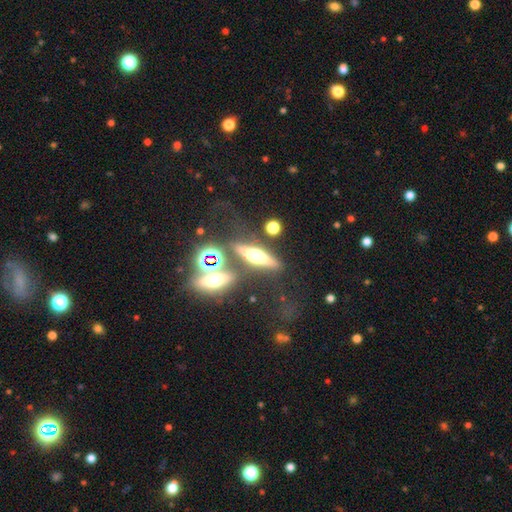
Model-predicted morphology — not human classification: smooth_or_featured: featured or disk (p=0.56) [alt: smooth p=0.29]
disk_edge_on: yes (p=0.89) [alt: no p=0.11]
merging: none (p=0.68) [alt: minor disturbance p=0.13]